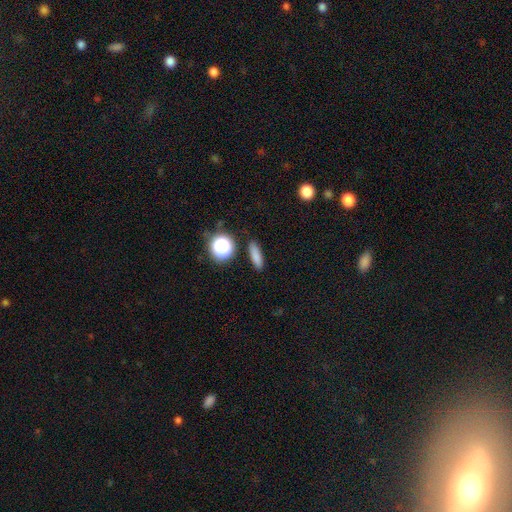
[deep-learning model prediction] Smooth or featured: smooth — 78% (star or artifact — 14%)
How rounded: cigar-shaped — 50% (in between — 37%)
Merging: none — 87% (minor disturbance — 8%)